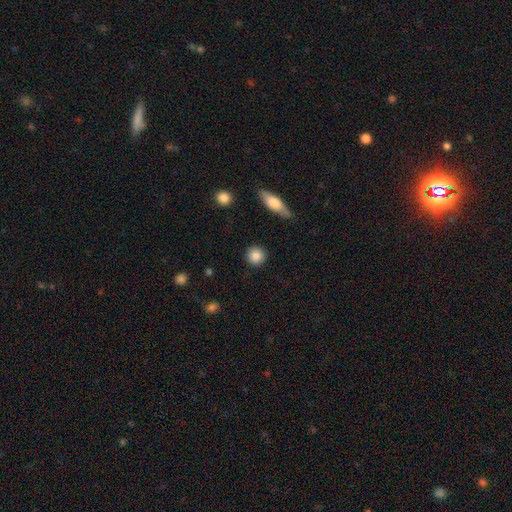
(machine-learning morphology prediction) This appears to be a smooth galaxy with no disk features (87%) that is round (91%). Merging: none (89%).